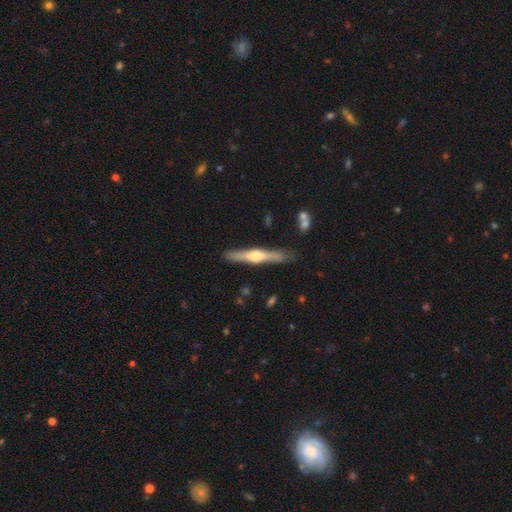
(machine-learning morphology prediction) smooth_or_featured: featured or disk (p=0.69) [alt: smooth p=0.26]
disk_edge_on: yes (p=0.97) [alt: no p=0.03]
edge_on_bulge: rounded (p=0.88) [alt: boxy p=0.09]
merging: none (p=0.86) [alt: minor disturbance p=0.10]